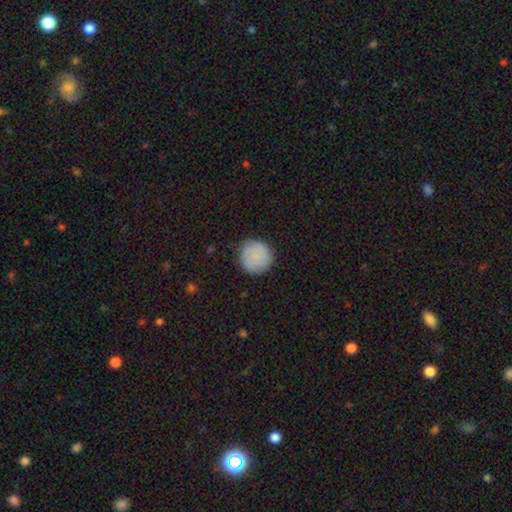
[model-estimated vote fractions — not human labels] Smooth or featured? Predicted: smooth (p=0.82). How rounded? Predicted: round (p=0.93). Merging? Predicted: none (p=0.83).